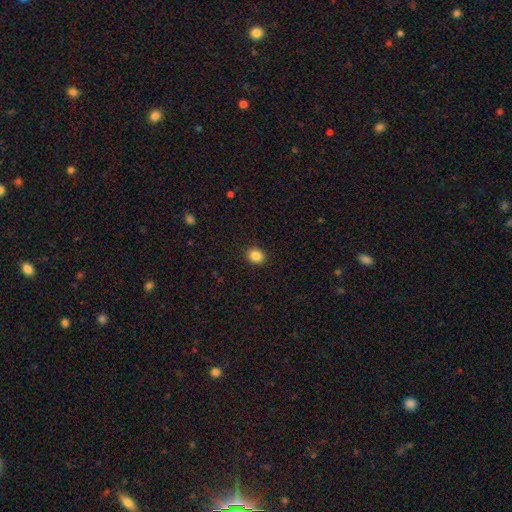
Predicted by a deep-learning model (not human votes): A smooth galaxy with no disk features (86%) that is round (64%).

Vote fractions:
- Smooth or featured? smooth: 86% / star or artifact: 10% / featured or disk: 4%
- How rounded? round: 64% / in between: 35% / cigar-shaped: 1%
- Merging? none: 91% / minor disturbance: 6% / major disturbance: 2% / merger: 1%